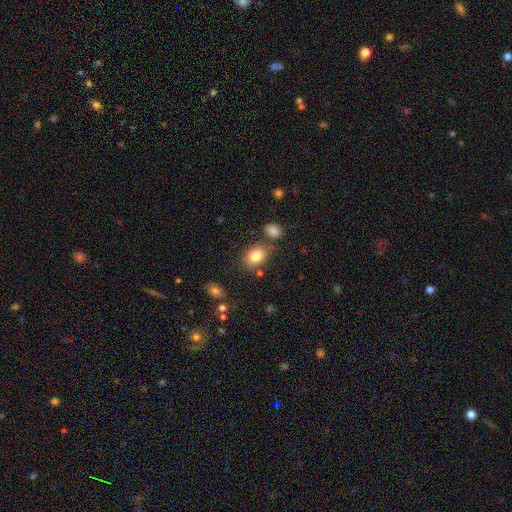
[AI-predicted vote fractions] Q: Smooth or featured?
A: smooth (81%); runner-up: star or artifact (9%)
Q: How rounded?
A: in between (71%); runner-up: round (28%)
Q: Merging?
A: none (72%); runner-up: minor disturbance (13%)